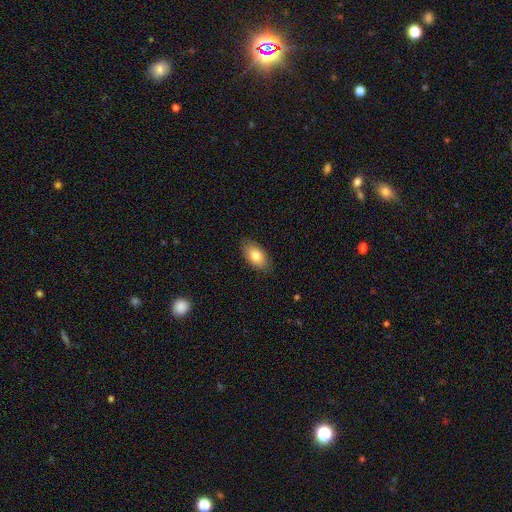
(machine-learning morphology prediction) Smooth or featured? Predicted: smooth (p=0.80). How rounded? Predicted: in between (p=0.93). Merging? Predicted: none (p=0.85).